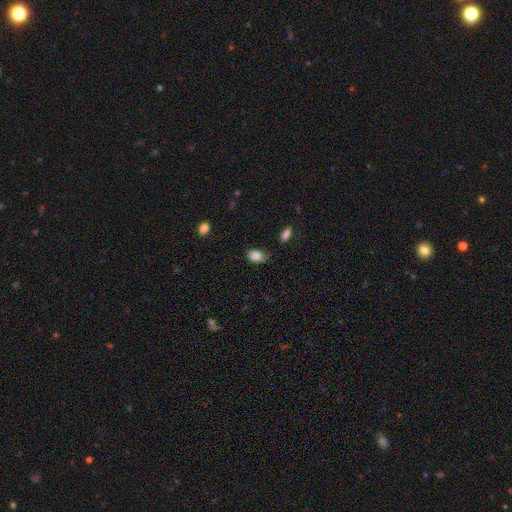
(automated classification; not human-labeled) smooth-or-featured: smooth: 85% | star or artifact: 9% | featured or disk: 6%
  how-rounded: in between: 77% | round: 22% | cigar-shaped: 2%
  merging: none: 55% | minor disturbance: 34% | major disturbance: 9% | merger: 2%